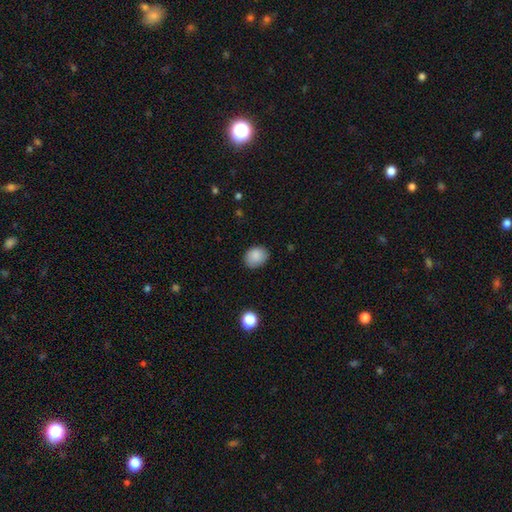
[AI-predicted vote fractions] A smooth galaxy with no disk features (87%) that is in between round and cigar-shaped (58%). Merging: none (83%).